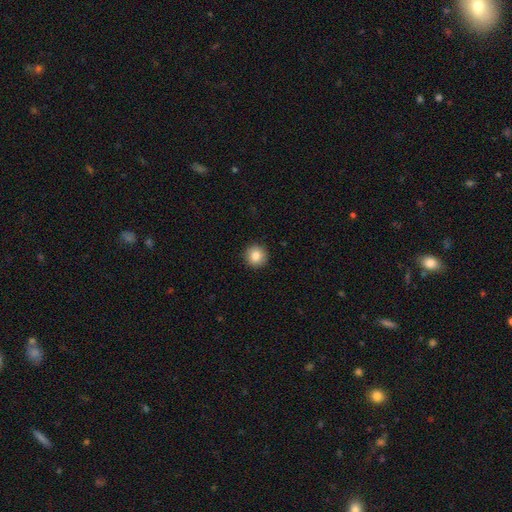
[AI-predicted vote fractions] Q: Smooth or featured?
A: smooth (84%); runner-up: star or artifact (9%)
Q: How rounded?
A: round (94%); runner-up: in between (5%)
Q: Merging?
A: none (93%); runner-up: minor disturbance (5%)